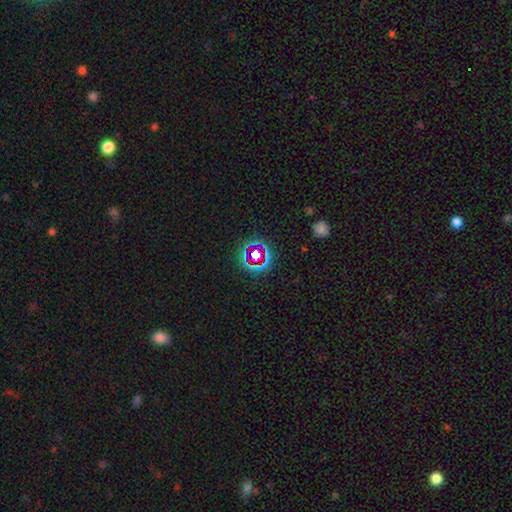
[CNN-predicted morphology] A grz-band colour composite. It shows a star or artifact, not a galaxy (70%).